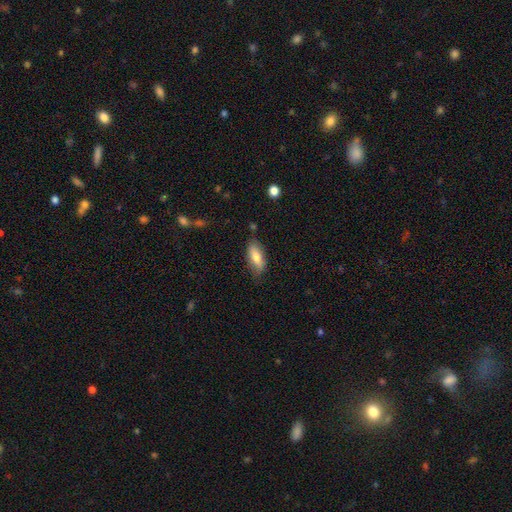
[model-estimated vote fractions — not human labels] This appears to be a smooth galaxy with no disk features (73%) that is in between round and cigar-shaped (79%). Merging: none (71%).